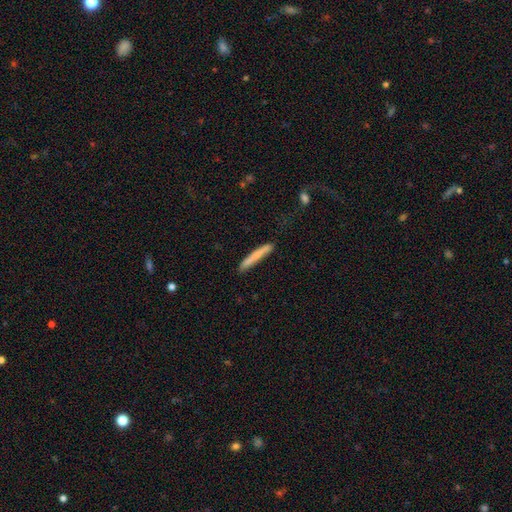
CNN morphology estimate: Q: Smooth or featured?
A: smooth (72%); runner-up: featured or disk (21%)
Q: How rounded?
A: cigar-shaped (96%); runner-up: in between (3%)
Q: Merging?
A: none (82%); runner-up: minor disturbance (13%)